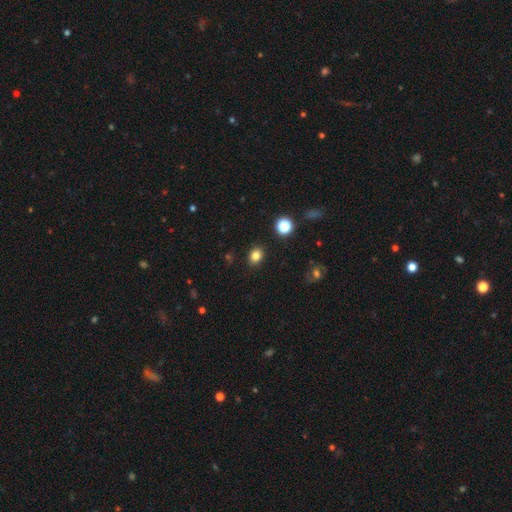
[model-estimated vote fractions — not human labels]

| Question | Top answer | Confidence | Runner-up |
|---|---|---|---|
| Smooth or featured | smooth | 82% | star or artifact (13%) |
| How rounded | in between | 52% | round (47%) |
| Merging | none | 88% | minor disturbance (8%) |